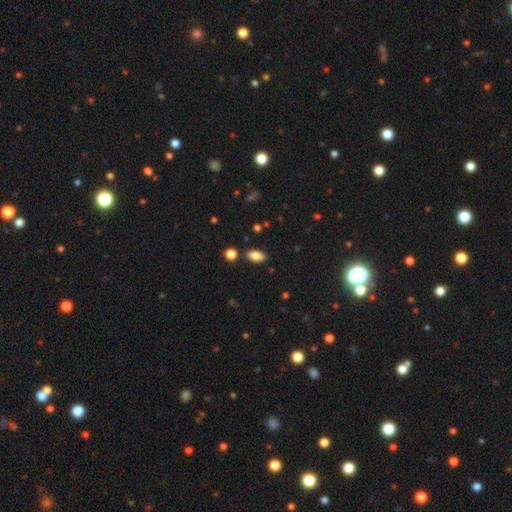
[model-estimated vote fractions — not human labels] This is clearly a smooth galaxy (84%). How rounded: clearly in between (90%). Merging: clearly none (84%).